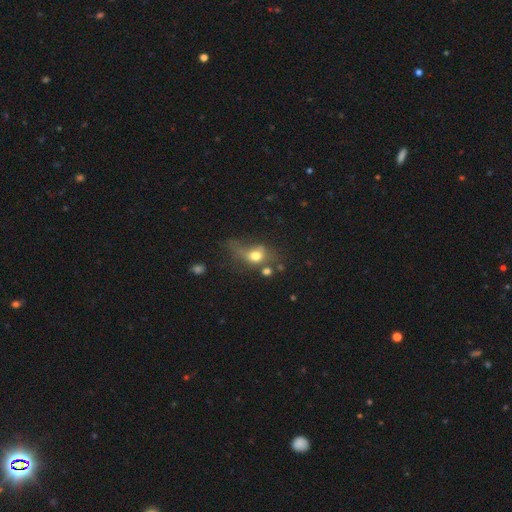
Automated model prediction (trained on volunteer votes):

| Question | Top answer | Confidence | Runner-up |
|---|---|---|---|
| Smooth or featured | smooth | 65% | featured or disk (22%) |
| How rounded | in between | 53% | round (43%) |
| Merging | major disturbance | 38% | none (27%) |